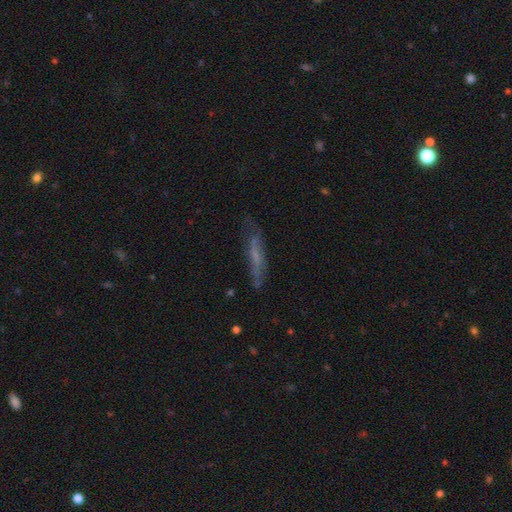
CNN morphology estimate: Overall: featured or disk (46%; smooth 43%). Merging: none (67%).